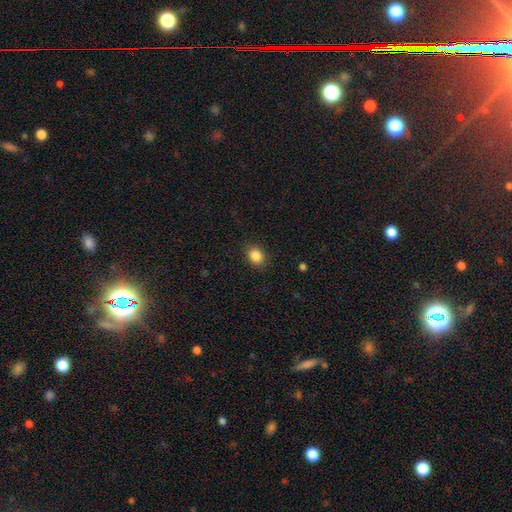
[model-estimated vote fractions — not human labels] Smooth or featured? Predicted: smooth (p=0.86). How rounded? Predicted: in between (p=0.53). Merging? Predicted: none (p=0.88).